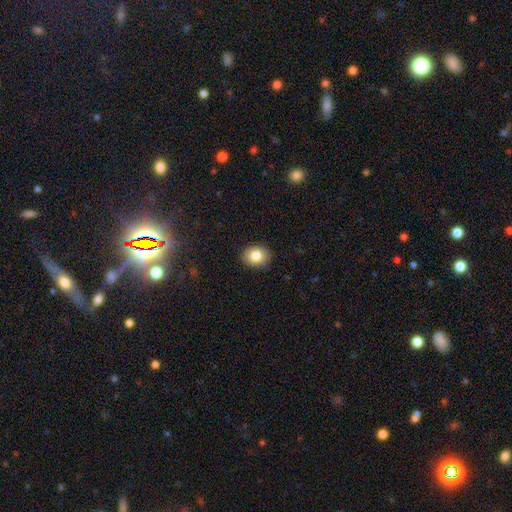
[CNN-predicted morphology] type=smooth (83%); roundness=round (57%); merging=none (90%).